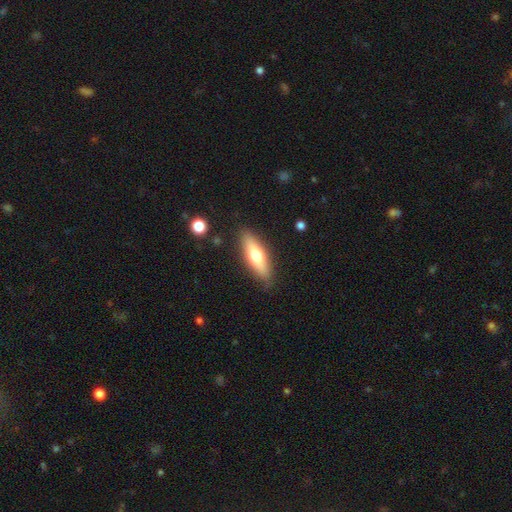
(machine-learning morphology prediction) The model was most divided on "how rounded": cigar-shaped: 55%, in between: 43%, round: 2%. More confident: merging — none (84%); smooth or featured — smooth (60%).